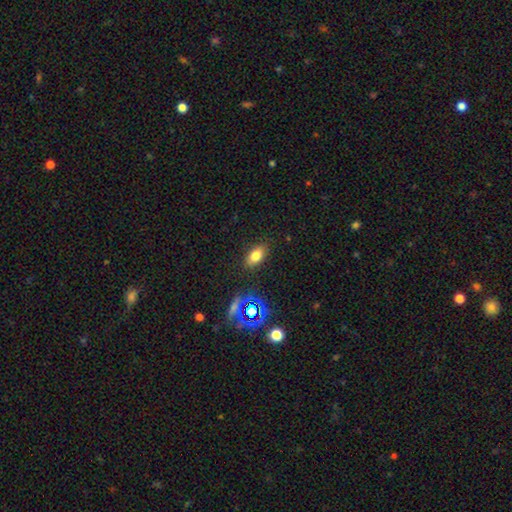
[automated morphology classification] smooth-or-featured: smooth: 75% | star or artifact: 15% | featured or disk: 10%
  how-rounded: in between: 87% | round: 8% | cigar-shaped: 5%
  merging: none: 86% | minor disturbance: 9% | major disturbance: 3% | merger: 2%